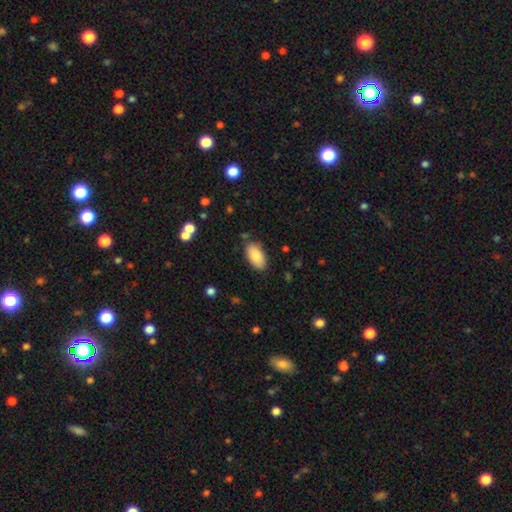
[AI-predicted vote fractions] Smooth or featured: smooth — 86% (featured or disk — 8%)
How rounded: in between — 94% (cigar-shaped — 3%)
Merging: none — 82% (minor disturbance — 13%)